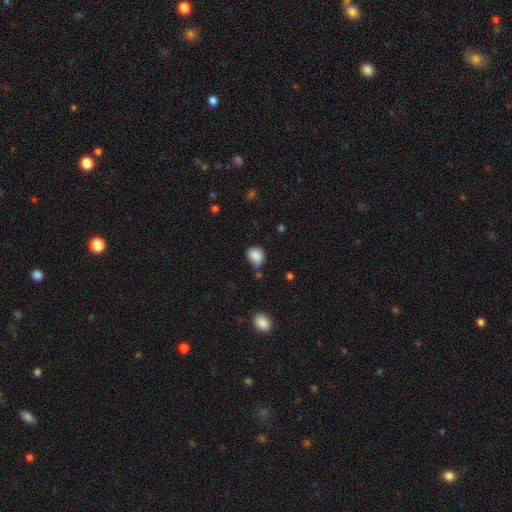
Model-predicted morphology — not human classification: smooth-or-featured: smooth: 86% | star or artifact: 9% | featured or disk: 5%
  how-rounded: round: 67% | in between: 32% | cigar-shaped: 1%
  merging: none: 57% | minor disturbance: 30% | merger: 7% | major disturbance: 6%